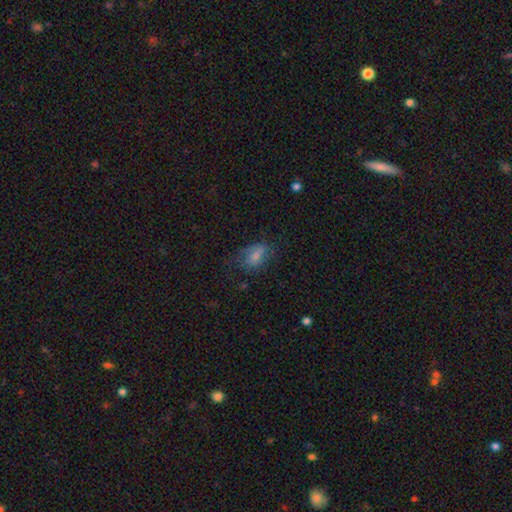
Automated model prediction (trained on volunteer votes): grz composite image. It shows a smooth galaxy with no disk features (71%) that is in between round and cigar-shaped (86%). Merging: none (54%).